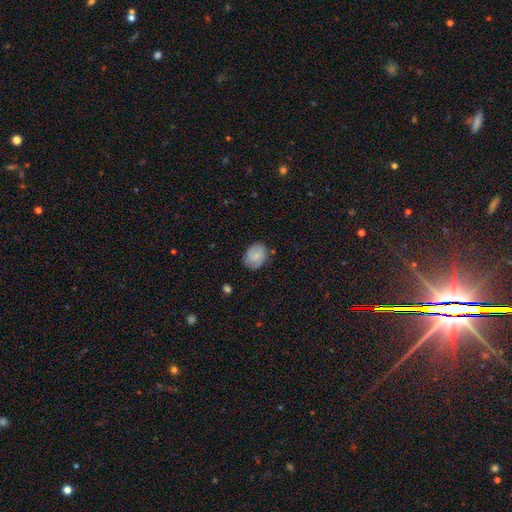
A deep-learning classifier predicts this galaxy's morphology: A smooth galaxy with no disk features (60%) that is round (50%). Merging: none (73%).